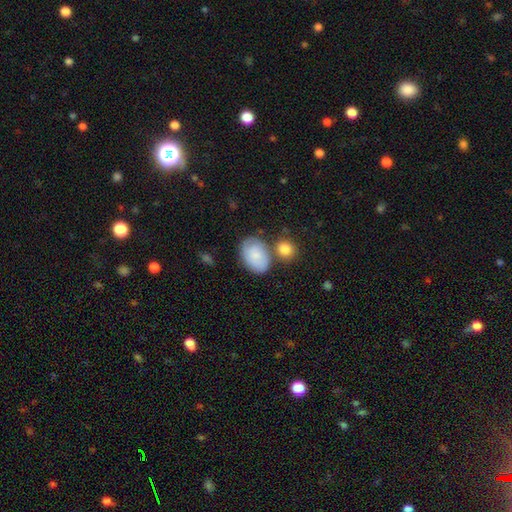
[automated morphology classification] Smooth or featured? smooth (69%)
How rounded? in between (81%)
Merging? none (57%)